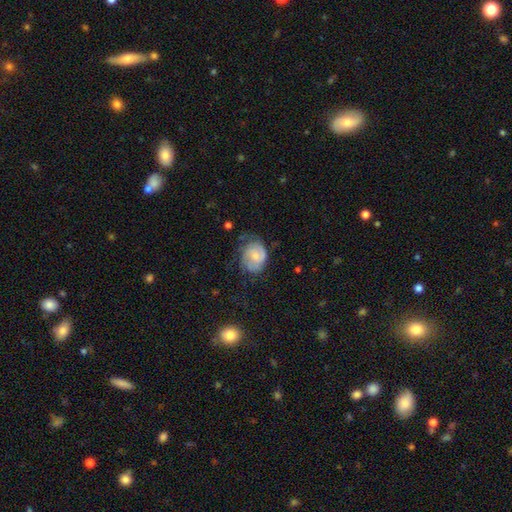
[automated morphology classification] This appears to be a featured or disk galaxy (55%) with no bar (58%), spiral arms (83%) and a small central bulge (53%). Merging: none (53%).